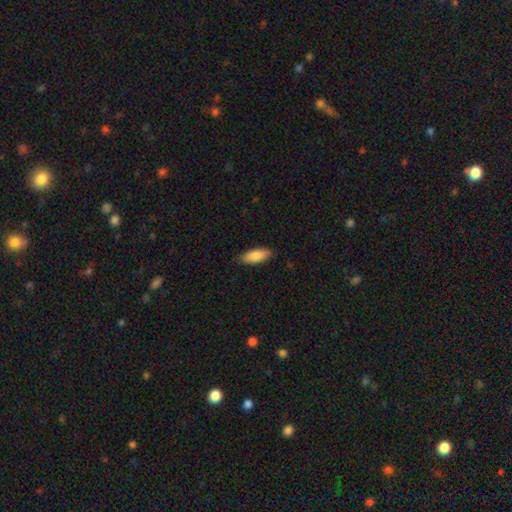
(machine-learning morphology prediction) A smooth galaxy with no disk features (85%) that is in between round and cigar-shaped (77%).

Vote fractions:
- Smooth or featured? smooth: 85% / featured or disk: 9% / star or artifact: 6%
- How rounded? in between: 77% / cigar-shaped: 21% / round: 2%
- Merging? none: 87% / minor disturbance: 10% / major disturbance: 2% / merger: 1%